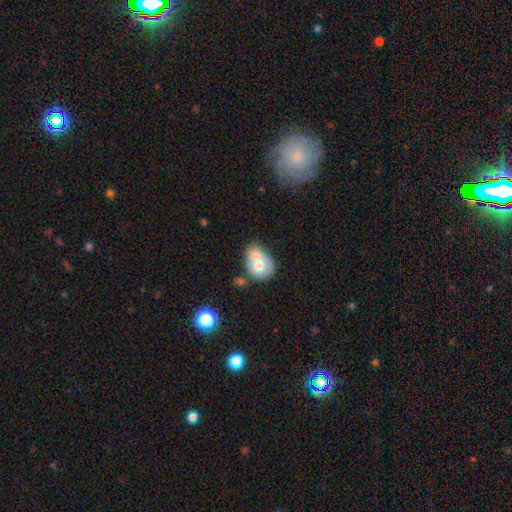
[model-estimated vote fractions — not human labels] A smooth galaxy with no disk features (63%) that is round (52%).

Vote fractions:
- Smooth or featured? smooth: 63% / featured or disk: 30% / star or artifact: 7%
- How rounded? round: 52% / in between: 47% / cigar-shaped: 1%
- Merging? merger: 61% / none: 23% / minor disturbance: 11% / major disturbance: 5%